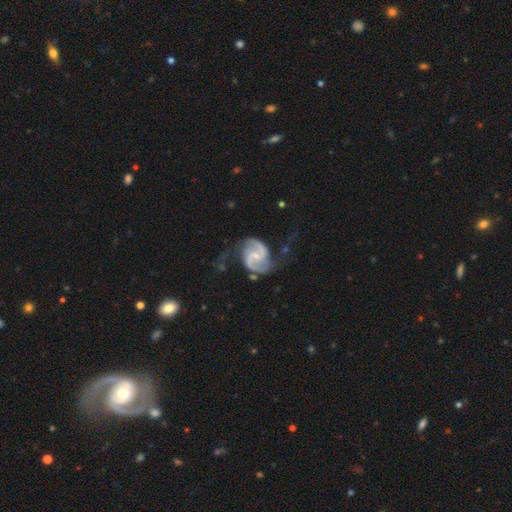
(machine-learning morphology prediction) Overall: featured or disk (91%). Edge-on disk: no (98%). Bar: weak (49%; no 37%). Spiral arms: yes (98%). Spiral arm count: 2 (93%). Spiral winding: medium (56%; loose 27%). Bulge size: small (64%; moderate 28%). Merging: none (61%; minor disturbance 22%).